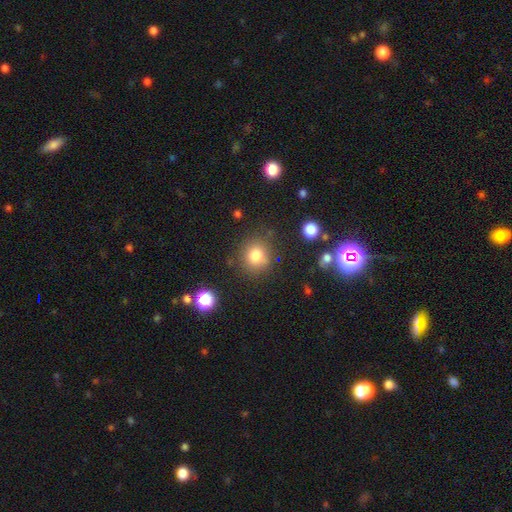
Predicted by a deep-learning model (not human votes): Smooth or featured? smooth (80%)
How rounded? round (86%)
Merging? none (81%)